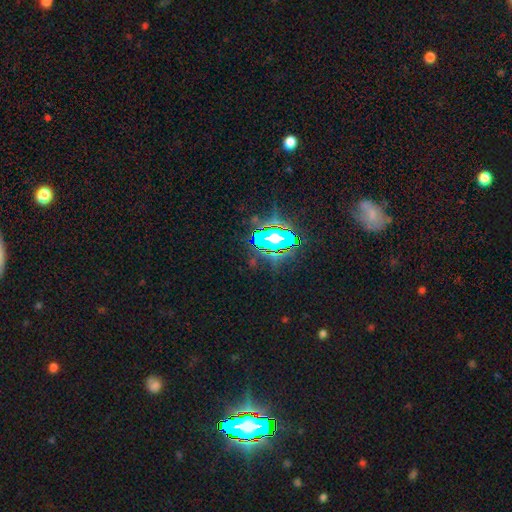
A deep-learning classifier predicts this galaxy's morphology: smooth-or-featured: star or artifact: 81% | smooth: 11% | featured or disk: 8%